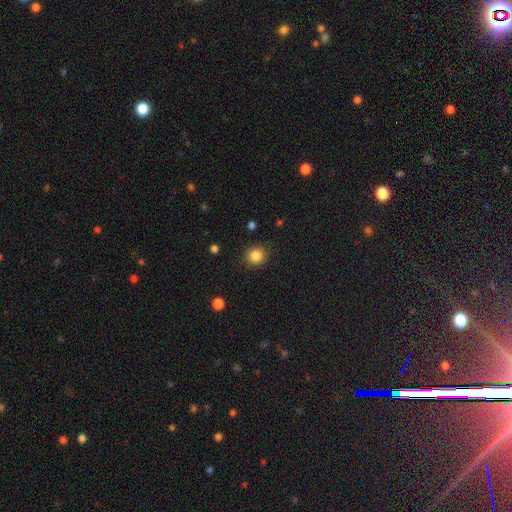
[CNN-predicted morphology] Smooth or featured?
  - smooth: 85% *
  - star or artifact: 11%
  - featured or disk: 4%
How rounded?
  - round: 82% *
  - in between: 17%
  - cigar-shaped: 1%
Merging?
  - none: 88% *
  - minor disturbance: 8%
  - major disturbance: 3%
  - merger: 1%